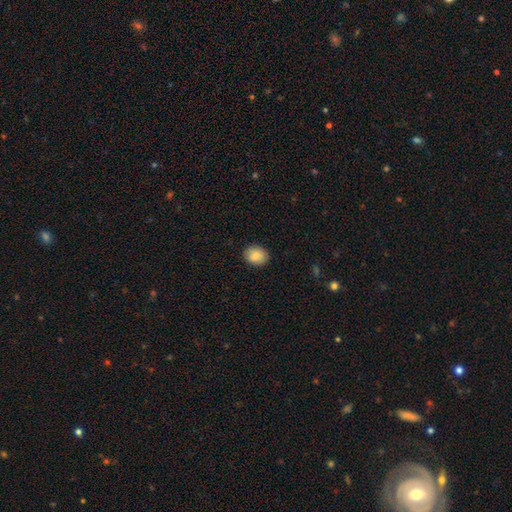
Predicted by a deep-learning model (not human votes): smooth-or-featured: smooth: 87% | star or artifact: 8% | featured or disk: 6%
  how-rounded: round: 50% | in between: 49% | cigar-shaped: 1%
  merging: none: 89% | minor disturbance: 8% | major disturbance: 2% | merger: 1%